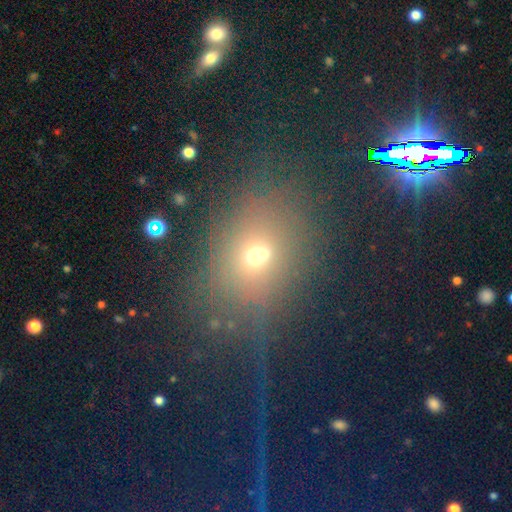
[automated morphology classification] smooth 52%, star or artifact 33%, featured or disk 15%. Down the decision tree: how rounded — in between (51%); merging — none (68%).